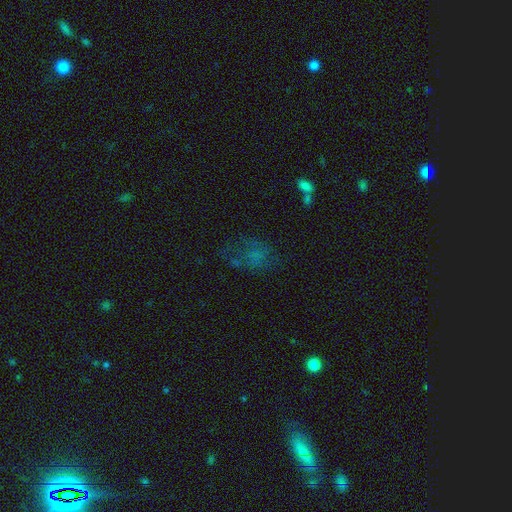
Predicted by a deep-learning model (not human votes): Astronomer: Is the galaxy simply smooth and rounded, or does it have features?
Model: smooth — 45% (runner-up: featured or disk, 29%).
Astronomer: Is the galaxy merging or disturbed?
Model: none — 43% (runner-up: major disturbance, 31%).